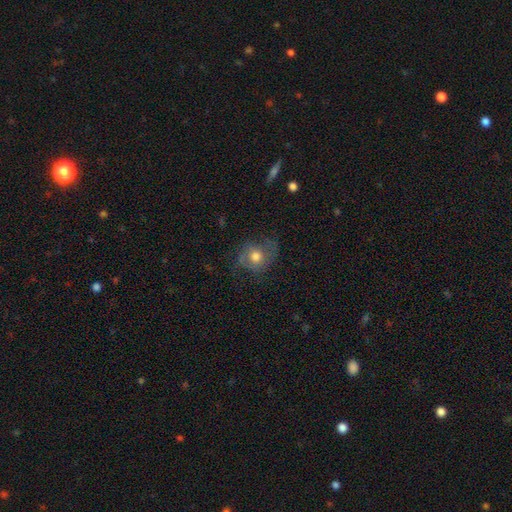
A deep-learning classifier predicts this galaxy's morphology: Q: Smooth or featured?
A: featured or disk (45%); runner-up: smooth (42%)
Q: Merging?
A: none (66%); runner-up: minor disturbance (20%)